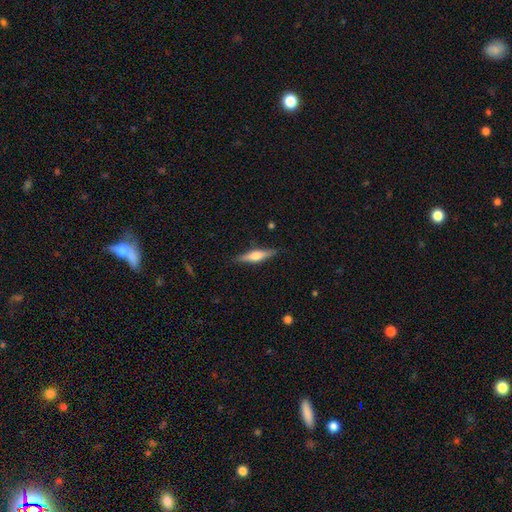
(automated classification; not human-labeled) A featured or disk galaxy (55%) viewed edge-on (96%) with a rounded central bulge (88%). Merging: none (88%).